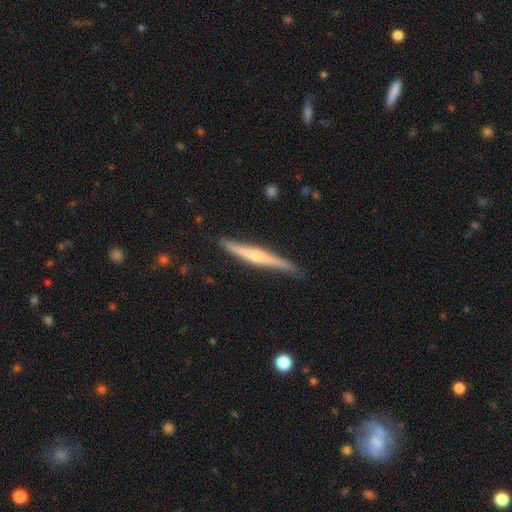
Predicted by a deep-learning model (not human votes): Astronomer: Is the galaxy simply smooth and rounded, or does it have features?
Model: featured or disk — 74%.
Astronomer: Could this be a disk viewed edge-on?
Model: yes — 97%.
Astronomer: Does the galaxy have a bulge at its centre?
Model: rounded — 78%.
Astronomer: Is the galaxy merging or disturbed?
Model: none — 84%.